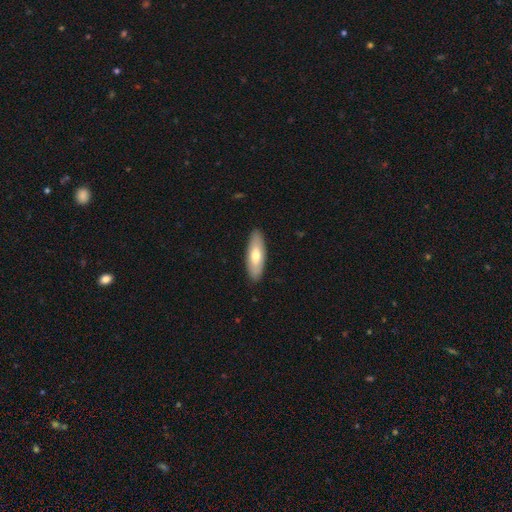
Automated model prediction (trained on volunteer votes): Smooth or featured: smooth — 67% (featured or disk — 28%)
How rounded: in between — 63% (cigar-shaped — 35%)
Merging: none — 89% (minor disturbance — 9%)